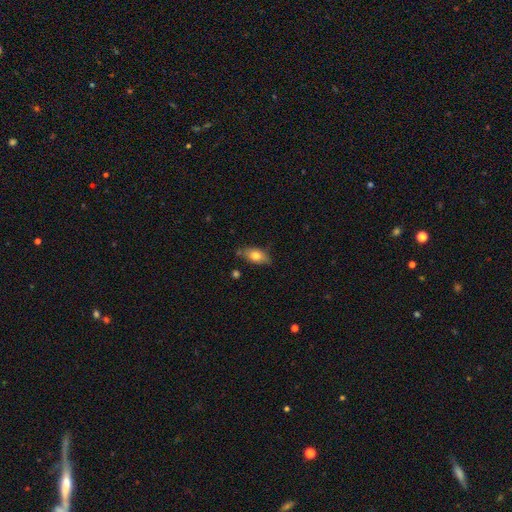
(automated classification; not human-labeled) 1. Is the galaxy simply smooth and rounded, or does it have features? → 72% smooth, 20% featured or disk, 7% star or artifact.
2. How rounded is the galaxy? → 86% in between, 8% round, 6% cigar-shaped.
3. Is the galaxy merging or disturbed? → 70% none, 23% minor disturbance, 4% major disturbance, 3% merger.